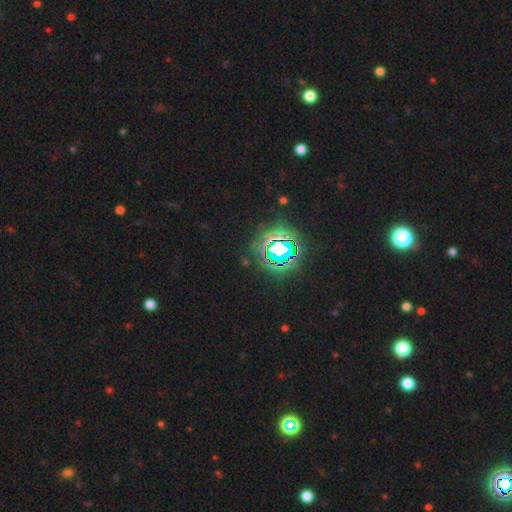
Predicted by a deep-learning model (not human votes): This is clearly a star or artifact rather than a galaxy (83%).